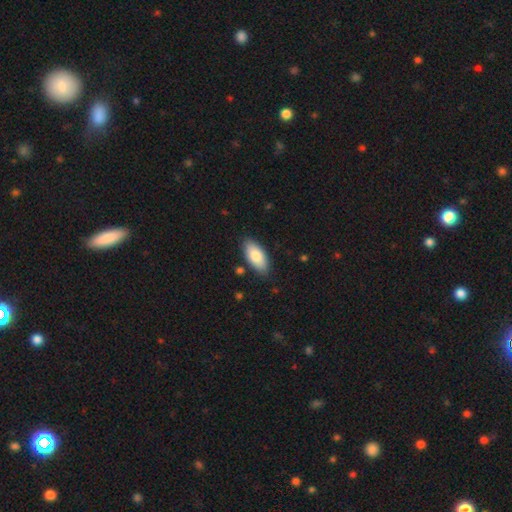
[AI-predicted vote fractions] smooth 81%, featured or disk 13%, star or artifact 6%. Down the decision tree: how rounded — in between (90%); merging — none (85%).